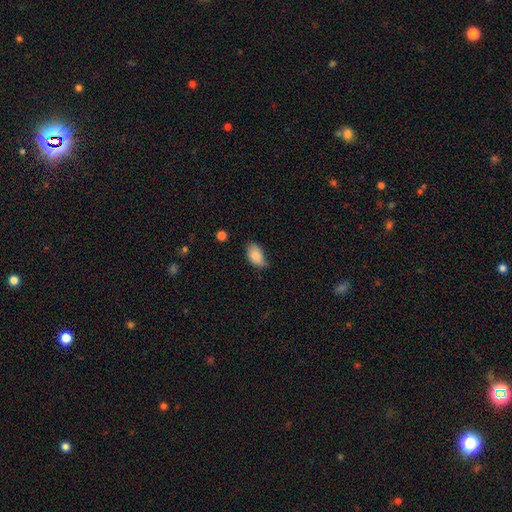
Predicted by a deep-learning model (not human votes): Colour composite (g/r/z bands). It shows a smooth galaxy with no disk features (85%) that is in between round and cigar-shaped (93%). Merging: none (63%).